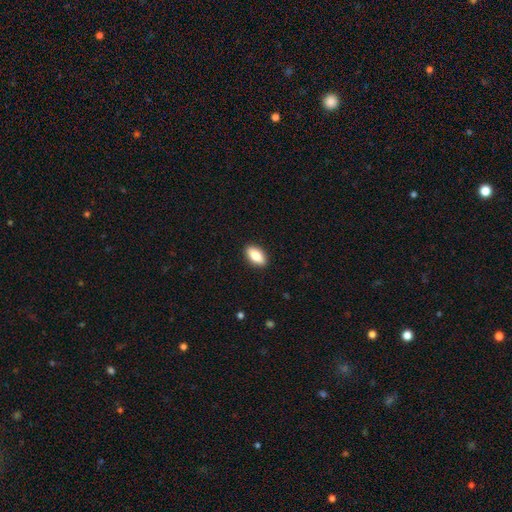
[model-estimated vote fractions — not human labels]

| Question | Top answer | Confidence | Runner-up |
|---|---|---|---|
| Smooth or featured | smooth | 79% | featured or disk (14%) |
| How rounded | in between | 88% | cigar-shaped (8%) |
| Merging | none | 90% | minor disturbance (7%) |